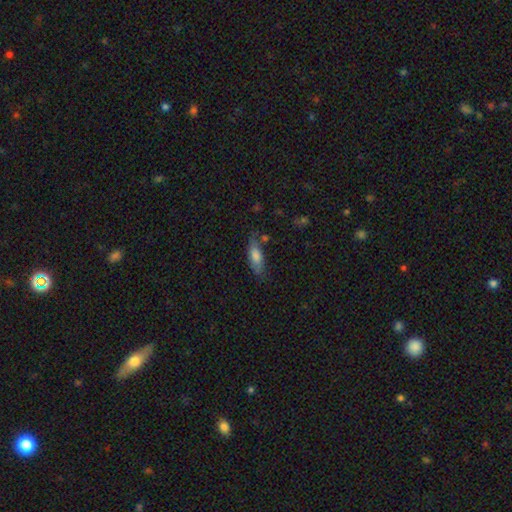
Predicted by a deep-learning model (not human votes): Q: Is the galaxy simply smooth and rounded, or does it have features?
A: smooth — 76%.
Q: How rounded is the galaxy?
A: in between — 66%.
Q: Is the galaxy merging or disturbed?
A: none — 67%.